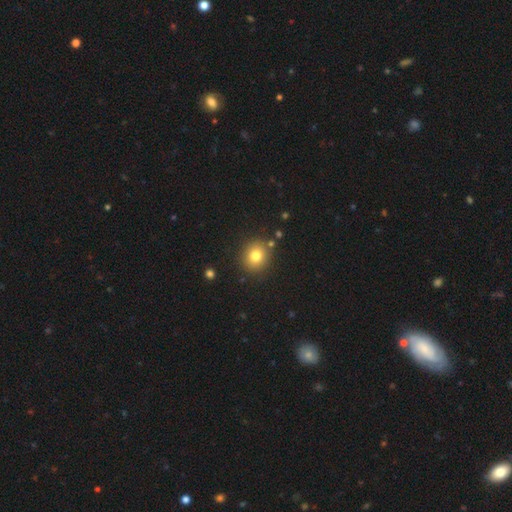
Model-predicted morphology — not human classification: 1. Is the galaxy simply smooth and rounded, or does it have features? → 78% smooth, 13% star or artifact, 9% featured or disk.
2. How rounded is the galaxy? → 81% round, 18% in between, 1% cigar-shaped.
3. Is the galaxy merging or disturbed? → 87% none, 8% minor disturbance, 3% merger, 3% major disturbance.